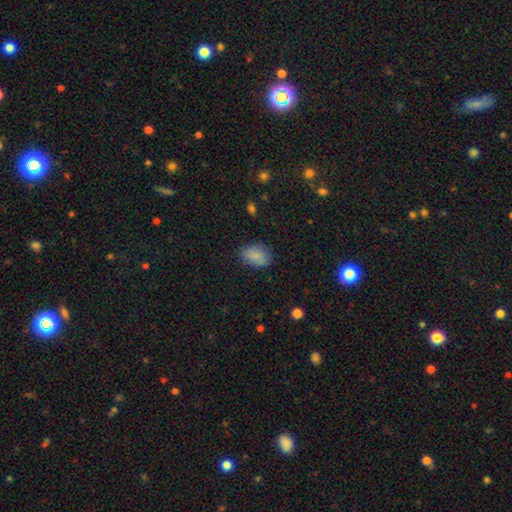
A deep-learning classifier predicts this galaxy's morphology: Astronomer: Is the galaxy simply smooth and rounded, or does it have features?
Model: smooth — 84%.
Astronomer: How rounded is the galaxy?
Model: in between — 78%.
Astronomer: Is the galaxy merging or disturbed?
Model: none — 74%.